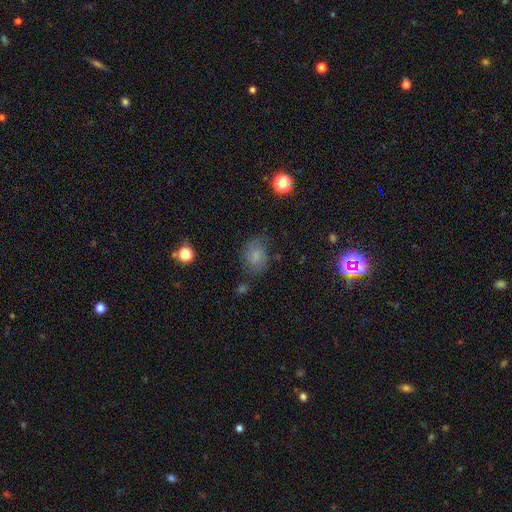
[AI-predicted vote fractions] Smooth or featured? Predicted: smooth (p=0.60). How rounded? Predicted: in between (p=0.60). Merging? Predicted: none (p=0.65).